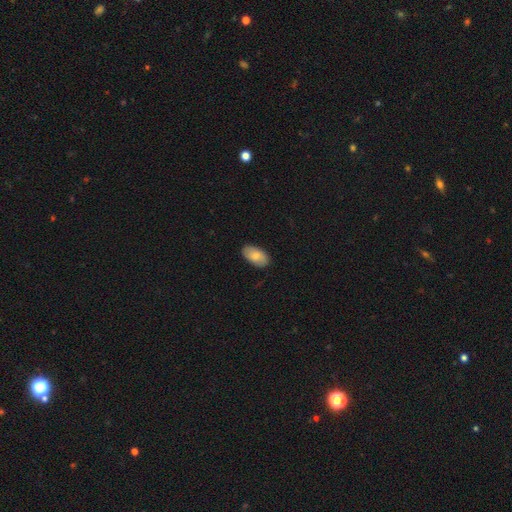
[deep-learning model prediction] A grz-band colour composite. It shows a smooth galaxy with no disk features (77%) that is in between round and cigar-shaped (95%). Merging: none (86%).